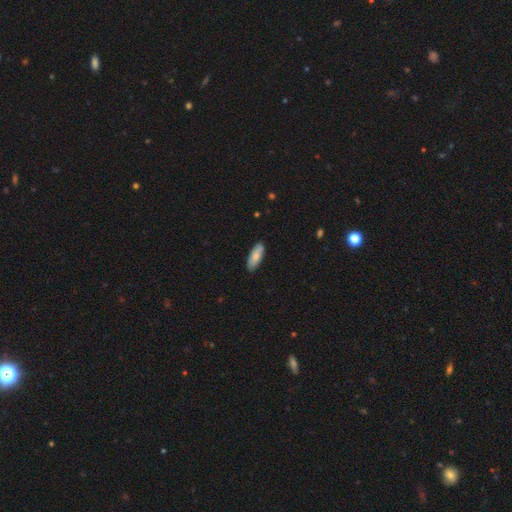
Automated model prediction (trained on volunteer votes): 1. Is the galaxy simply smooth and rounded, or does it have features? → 80% smooth, 14% featured or disk, 6% star or artifact.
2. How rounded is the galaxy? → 67% in between, 31% cigar-shaped, 2% round.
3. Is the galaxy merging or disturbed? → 86% none, 11% minor disturbance, 2% major disturbance, 1% merger.